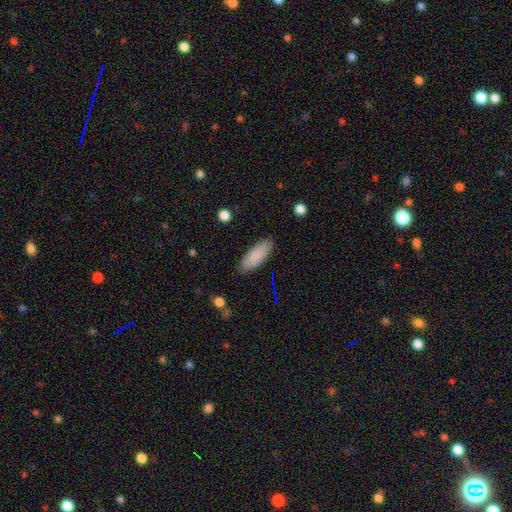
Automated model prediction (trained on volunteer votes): The model was most divided on "how rounded": in between: 66%, cigar-shaped: 32%, round: 2%. More confident: merging — none (88%); smooth or featured — smooth (87%).